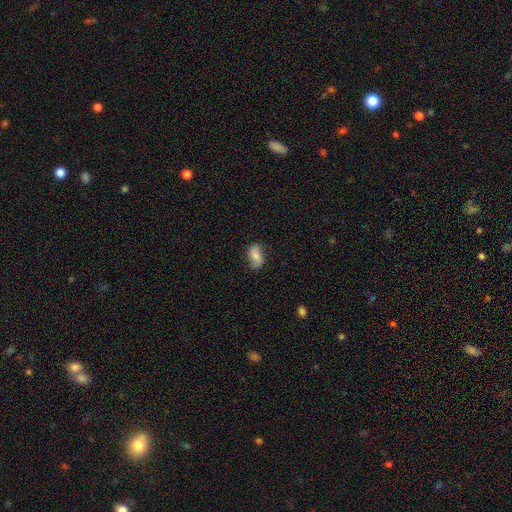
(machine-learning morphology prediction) A smooth galaxy with no disk features (59%) that is in between round and cigar-shaped (88%). Merging: none (72%).